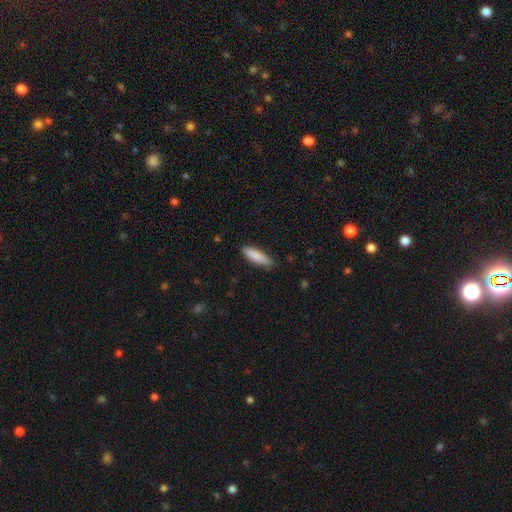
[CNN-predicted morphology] The model was most divided on "how rounded": cigar-shaped: 62%, in between: 36%, round: 1%. More confident: smooth or featured — smooth (87%); merging — none (84%).